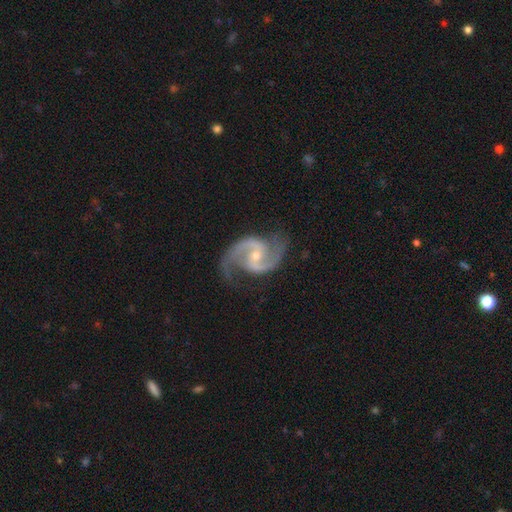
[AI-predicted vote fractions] smooth-or-featured: featured or disk: 93% | star or artifact: 4% | smooth: 3%
  disk-edge-on: no: 98% | yes: 2%
    bar: weak: 43% | no: 39% | strong: 18%
    has-spiral-arms: yes: 98% | no: 2%
      spiral-winding: medium: 61% | loose: 26% | tight: 13%
      spiral-arm-count: 2: 94% | 3: 2% | can't tell: 1% | 1: 1% | 4: 1% | more than 4: 1%
    bulge-size: small: 56% | moderate: 41% | large: 1% | none: 1% | dominant: 1%
  merging: none: 79% | minor disturbance: 14% | major disturbance: 6% | merger: 1%